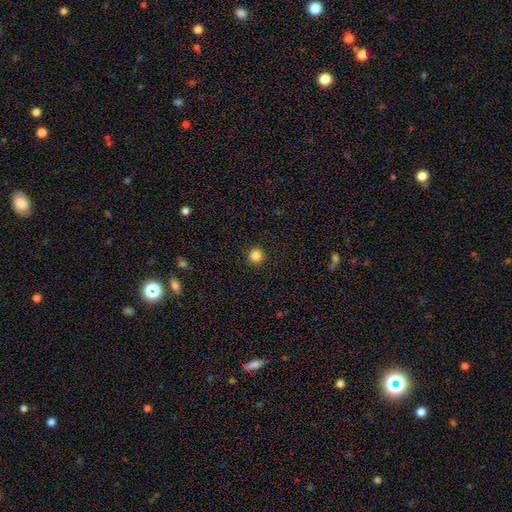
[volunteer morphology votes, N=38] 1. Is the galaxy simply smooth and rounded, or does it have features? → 87% smooth, 8% star or artifact, 5% featured or disk.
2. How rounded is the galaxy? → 100% round, 0% in between, 0% cigar-shaped.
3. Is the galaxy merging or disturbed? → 94% none, 6% minor disturbance, 0% major disturbance, 0% merger.